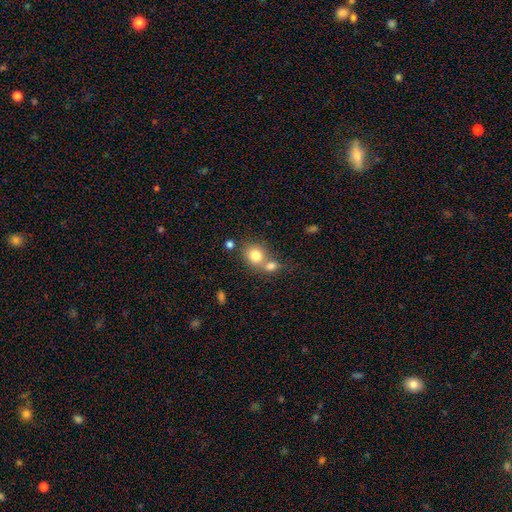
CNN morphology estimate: Smooth or featured: smooth — 80% (featured or disk — 11%)
How rounded: round — 69% (in between — 30%)
Merging: merger — 46% (none — 41%)